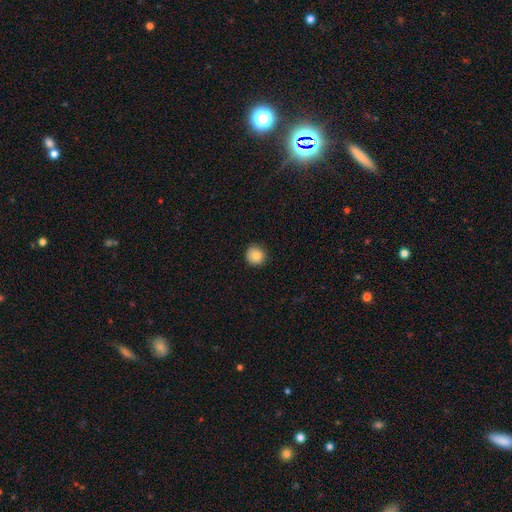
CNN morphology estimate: The model was most divided on "smooth or featured": smooth: 84%, star or artifact: 9%, featured or disk: 7%. More confident: how rounded — round (93%); merging — none (89%).